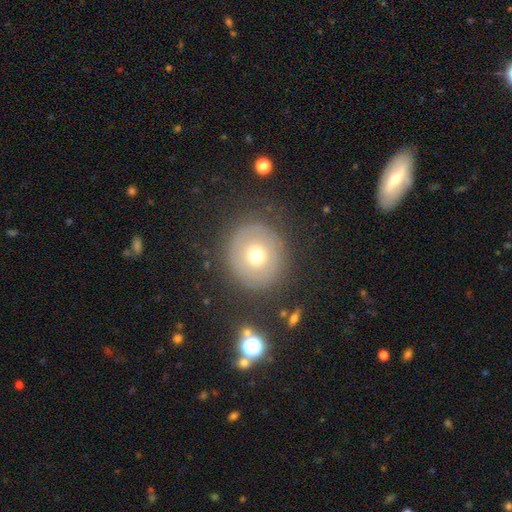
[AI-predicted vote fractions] Smooth or featured? Predicted: smooth (p=0.57). How rounded? Predicted: round (p=0.89). Merging? Predicted: none (p=0.81).